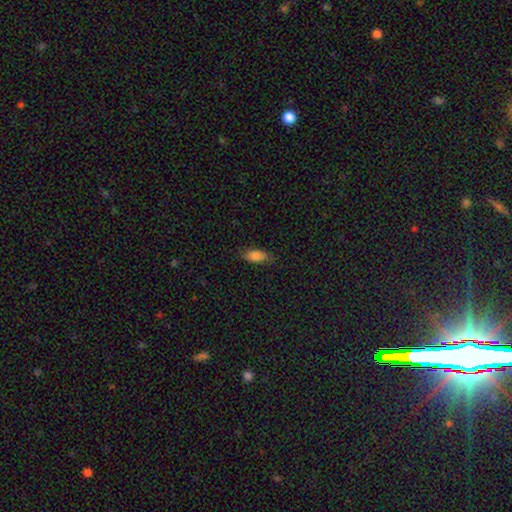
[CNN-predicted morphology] smooth-or-featured: smooth: 83% | featured or disk: 10% | star or artifact: 7%
  how-rounded: in between: 83% | cigar-shaped: 15% | round: 3%
  merging: none: 78% | minor disturbance: 17% | major disturbance: 3% | merger: 1%